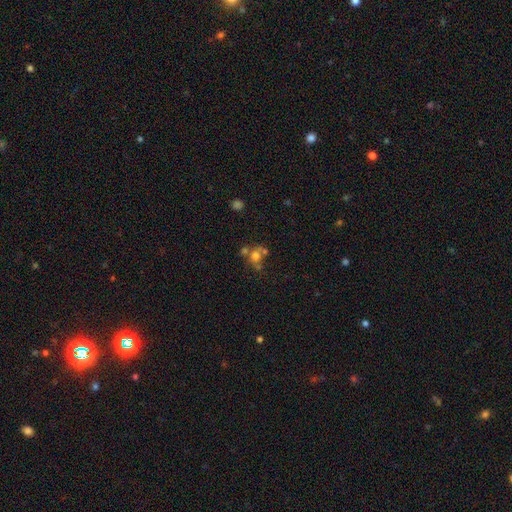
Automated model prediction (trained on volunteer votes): smooth 63%, featured or disk 20%, star or artifact 17%. Down the decision tree: how rounded — round (75%); merging — merger (41%).